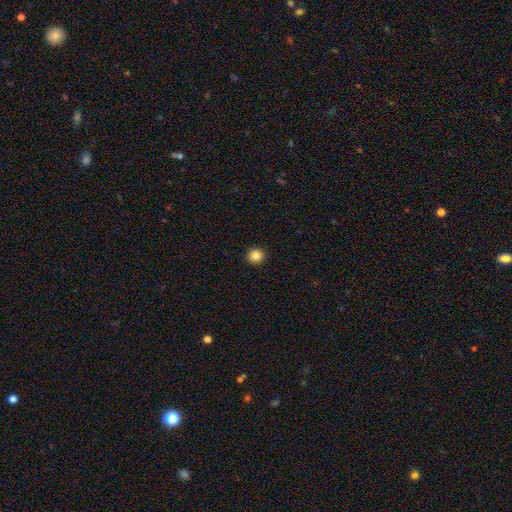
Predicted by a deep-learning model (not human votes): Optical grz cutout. It shows a smooth galaxy with no disk features (83%) that is round (95%). Merging: none (94%).